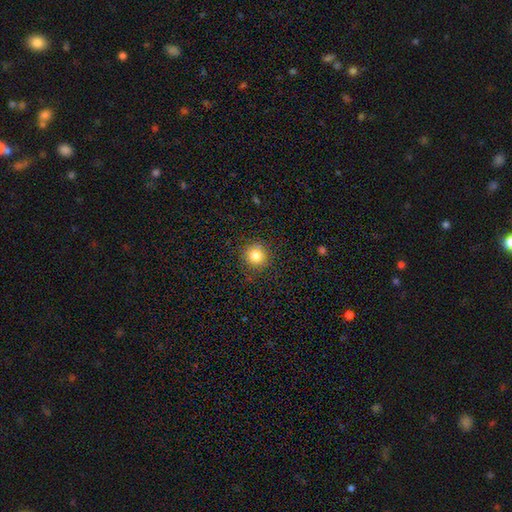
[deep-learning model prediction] Overall: smooth (83%). How rounded: round (92%). Merging: none (89%).